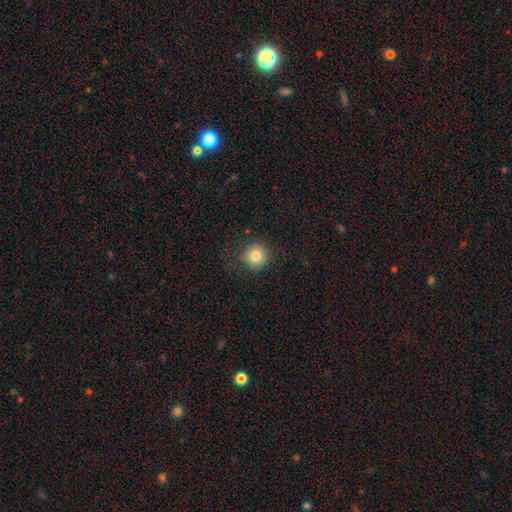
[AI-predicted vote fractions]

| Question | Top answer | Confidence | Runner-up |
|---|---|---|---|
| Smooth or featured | smooth | 81% | star or artifact (11%) |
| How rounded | round | 94% | in between (5%) |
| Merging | none | 84% | minor disturbance (11%) |